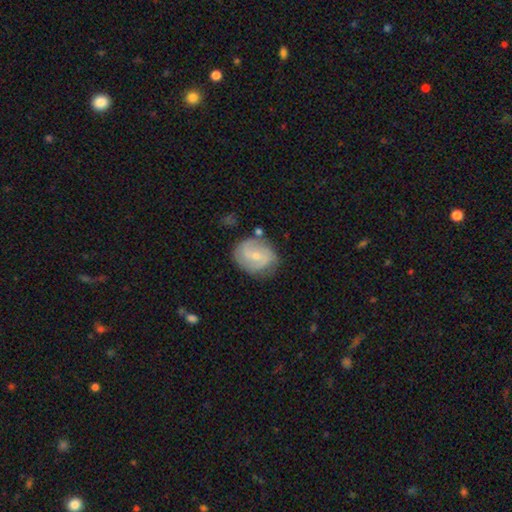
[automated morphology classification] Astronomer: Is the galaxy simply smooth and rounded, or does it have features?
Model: featured or disk — 64%.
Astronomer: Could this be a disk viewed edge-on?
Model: no — 97%.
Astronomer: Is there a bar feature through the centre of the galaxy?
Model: no — 48% (runner-up: weak, 42%).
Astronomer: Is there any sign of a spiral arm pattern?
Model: yes — 85%.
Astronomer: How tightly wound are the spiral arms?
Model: medium — 46% (runner-up: tight, 32%).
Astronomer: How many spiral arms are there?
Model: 2 — 69%.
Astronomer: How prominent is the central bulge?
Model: small — 62%.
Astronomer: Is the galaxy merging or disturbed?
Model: none — 67%.